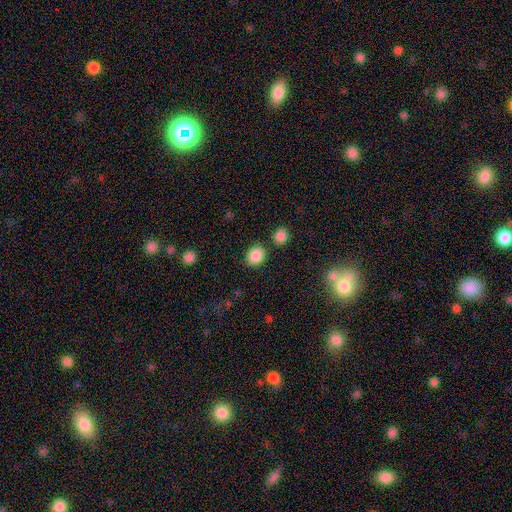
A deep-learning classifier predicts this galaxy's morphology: Smooth or featured? smooth (87%)
How rounded? round (66%)
Merging? none (81%)